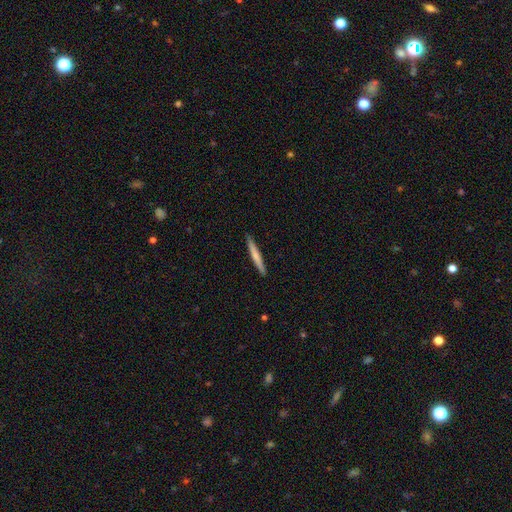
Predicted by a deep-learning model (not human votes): smooth 62%, featured or disk 33%, star or artifact 5%. Down the decision tree: how rounded — cigar-shaped (96%); merging — none (92%).